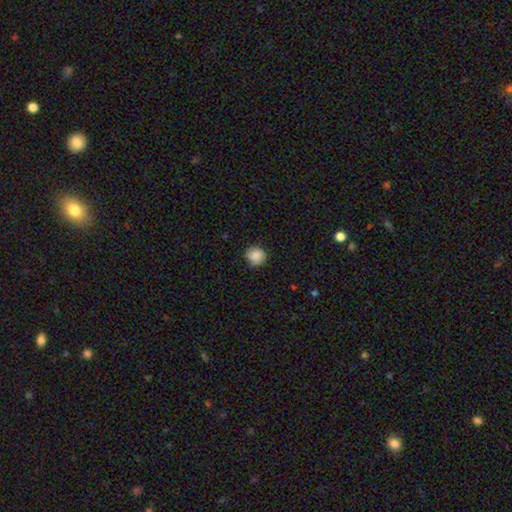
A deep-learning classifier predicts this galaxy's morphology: type=smooth (84%); roundness=round (88%); merging=none (83%).